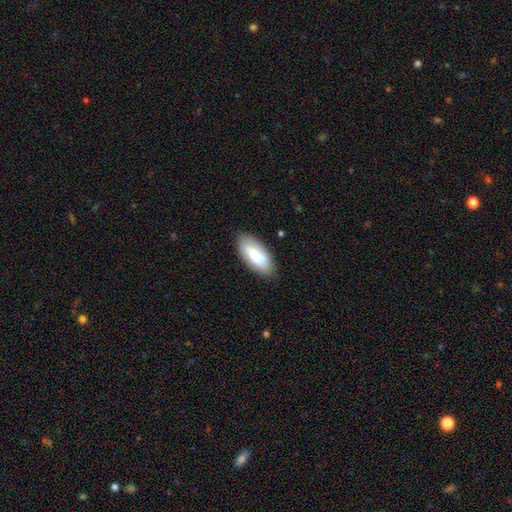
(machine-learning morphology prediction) type=smooth (77%); roundness=in between (86%); merging=none (83%).